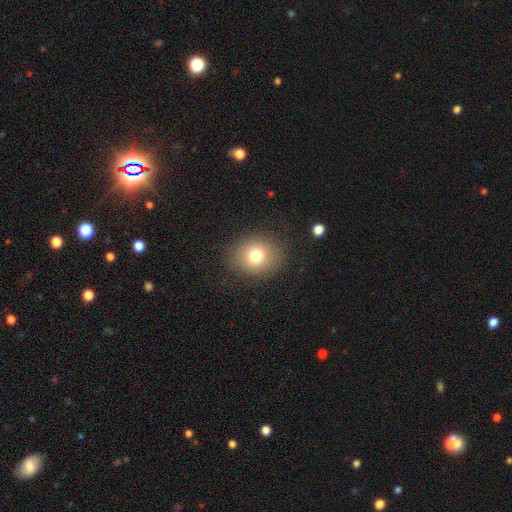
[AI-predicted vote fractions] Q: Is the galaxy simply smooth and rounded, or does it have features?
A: smooth — 77%.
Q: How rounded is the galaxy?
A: round — 70%.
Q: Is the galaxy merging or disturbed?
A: none — 86%.